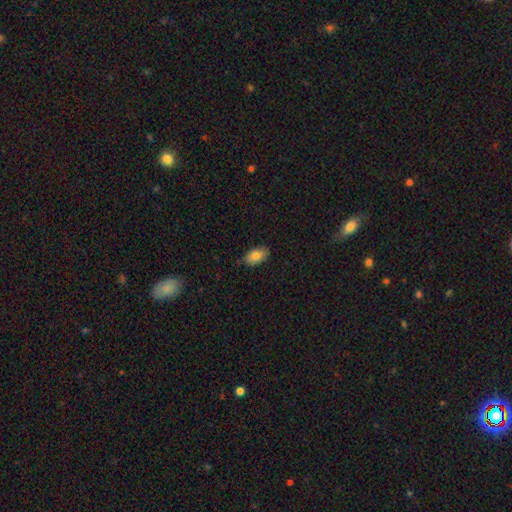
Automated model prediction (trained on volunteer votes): A smooth galaxy with no disk features (82%) that is in between round and cigar-shaped (93%). Merging: none (81%).